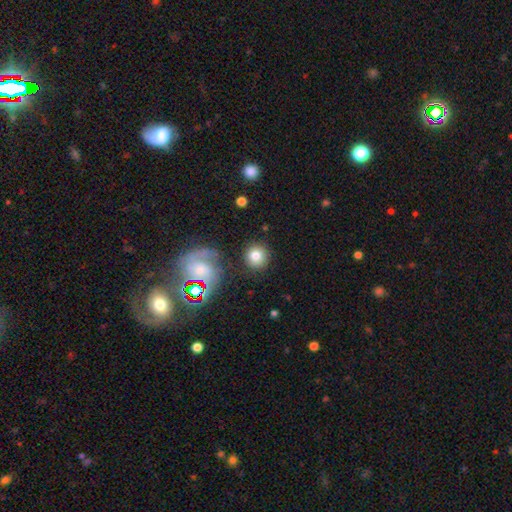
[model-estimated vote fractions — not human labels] This appears to be a smooth galaxy with no disk features (77%) that is round (92%). Merging: none (84%).